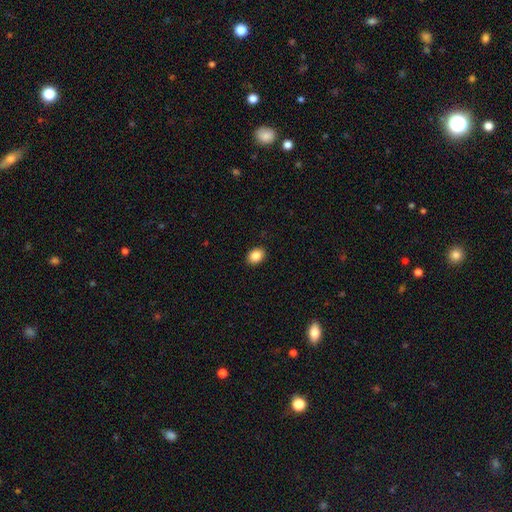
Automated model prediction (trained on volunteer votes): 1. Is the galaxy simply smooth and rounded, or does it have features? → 87% smooth, 9% star or artifact, 4% featured or disk.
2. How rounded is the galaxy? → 64% in between, 35% round, 1% cigar-shaped.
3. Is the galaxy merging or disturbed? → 90% none, 7% minor disturbance, 2% major disturbance, 1% merger.